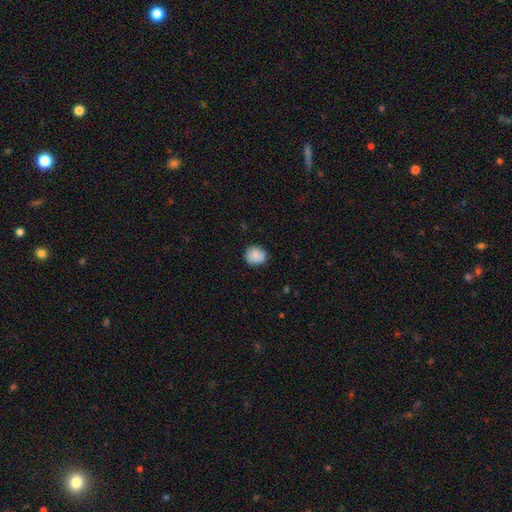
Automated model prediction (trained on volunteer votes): This appears to be a smooth galaxy with no disk features (82%) that is round (79%). Merging: none (80%).